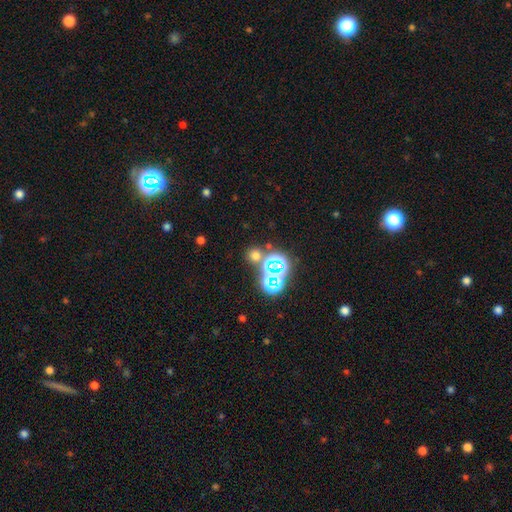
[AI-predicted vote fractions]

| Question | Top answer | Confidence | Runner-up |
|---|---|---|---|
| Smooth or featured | smooth | 54% | star or artifact (39%) |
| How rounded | round | 86% | in between (13%) |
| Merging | none | 75% | merger (13%) |